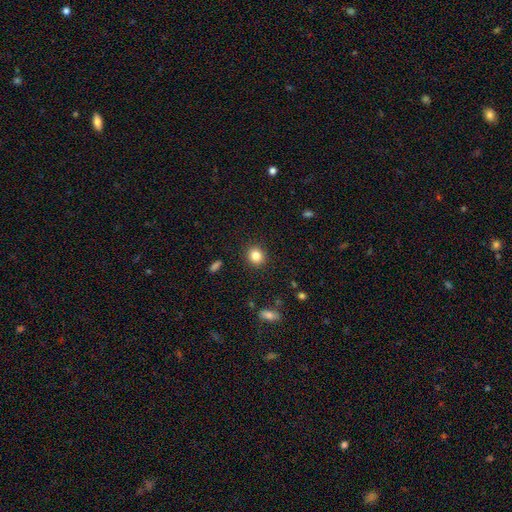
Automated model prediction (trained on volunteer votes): Q: Smooth or featured?
A: smooth (83%); runner-up: star or artifact (11%)
Q: How rounded?
A: round (83%); runner-up: in between (16%)
Q: Merging?
A: none (91%); runner-up: minor disturbance (6%)